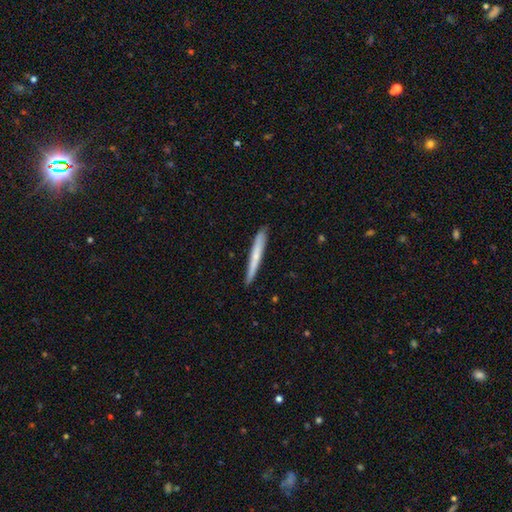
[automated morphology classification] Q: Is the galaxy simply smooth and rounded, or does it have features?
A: smooth — 59%.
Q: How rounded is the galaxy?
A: cigar-shaped — 96%.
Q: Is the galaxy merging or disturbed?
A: none — 89%.